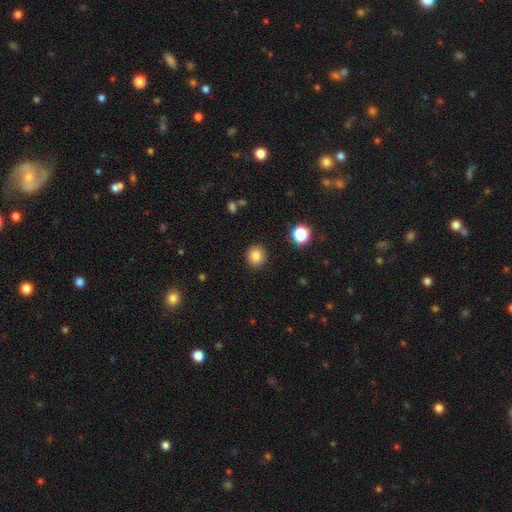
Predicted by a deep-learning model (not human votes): Smooth or featured? smooth (85%)
How rounded? round (86%)
Merging? none (90%)